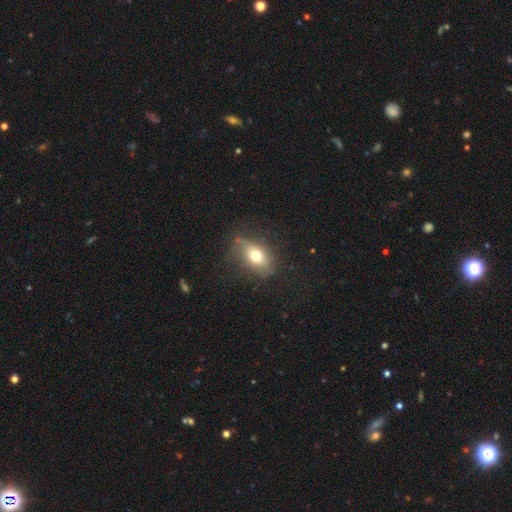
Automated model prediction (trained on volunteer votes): The model was most divided on "merging": none: 61%, minor disturbance: 26%, major disturbance: 11%, merger: 2%. More confident: how rounded — in between (79%); smooth or featured — smooth (70%).